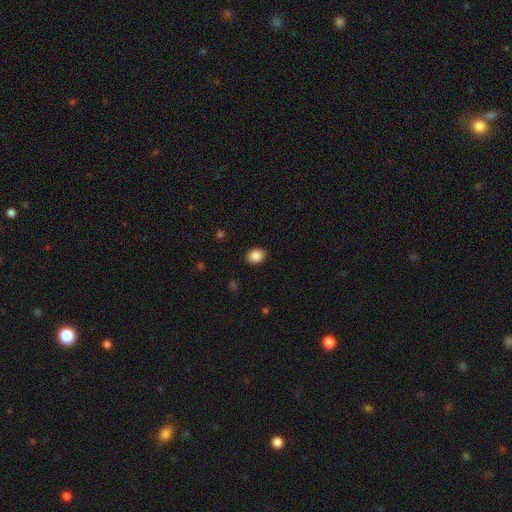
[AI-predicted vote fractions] This appears to be a smooth galaxy with no disk features (88%) that is in between round and cigar-shaped (62%). Merging: none (89%).